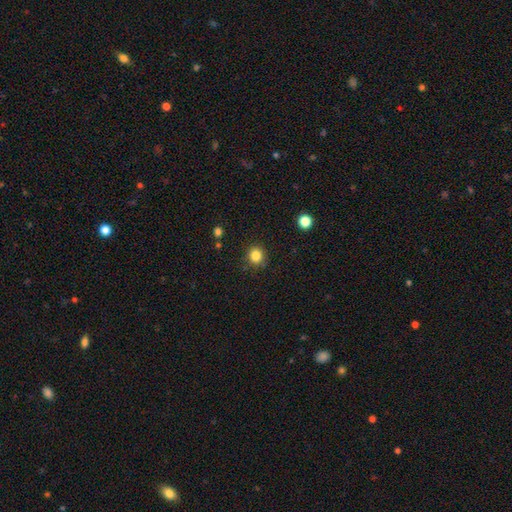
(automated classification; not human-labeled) smooth_or_featured: smooth (p=0.84) [alt: star or artifact p=0.12]
how_rounded: round (p=0.91) [alt: in between p=0.08]
merging: none (p=0.88) [alt: minor disturbance p=0.08]